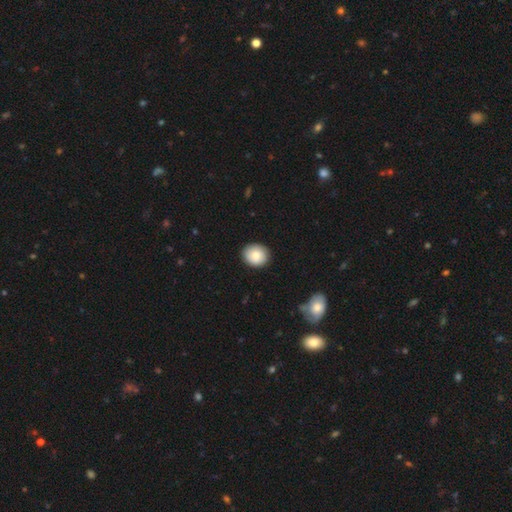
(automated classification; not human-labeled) Smooth or featured? Predicted: smooth (p=0.83). How rounded? Predicted: round (p=0.70). Merging? Predicted: none (p=0.88).